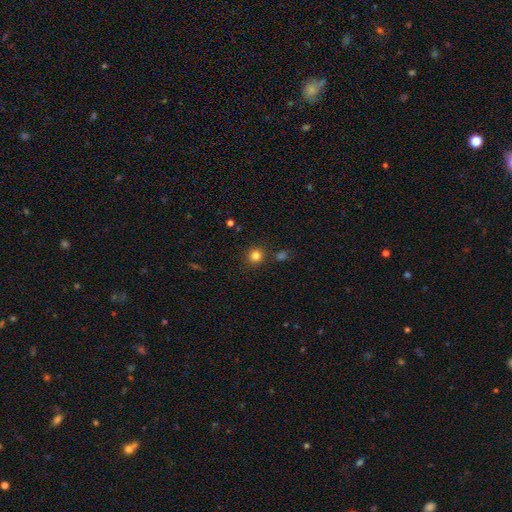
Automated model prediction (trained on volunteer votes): Smooth or featured? Predicted: smooth (p=0.82). How rounded? Predicted: round (p=0.90). Merging? Predicted: none (p=0.86).